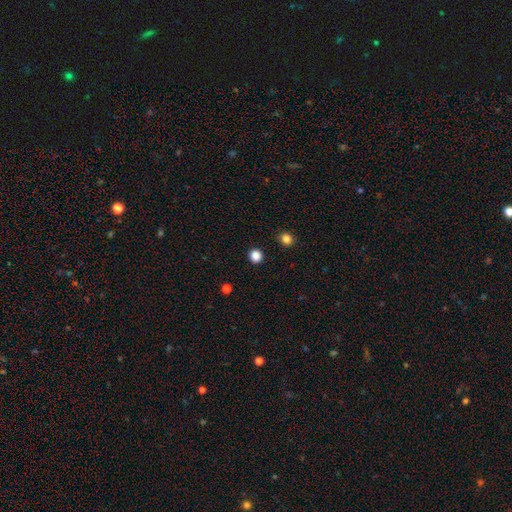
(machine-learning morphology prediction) This appears to be a smooth galaxy with no disk features (85%) that is round (91%). Merging: none (92%).